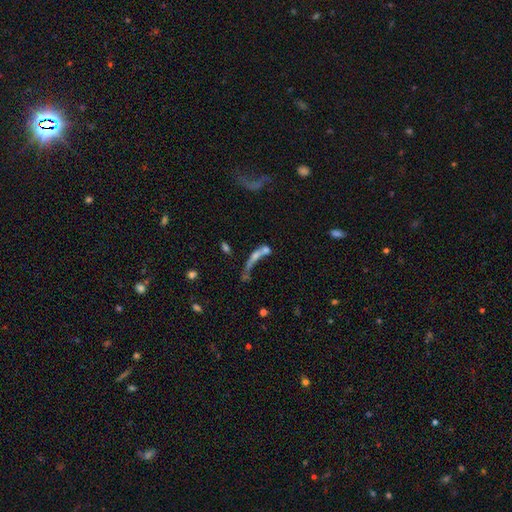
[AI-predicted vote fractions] Smooth or featured? Predicted: smooth (p=0.43). Merging? Predicted: merger (p=0.48).